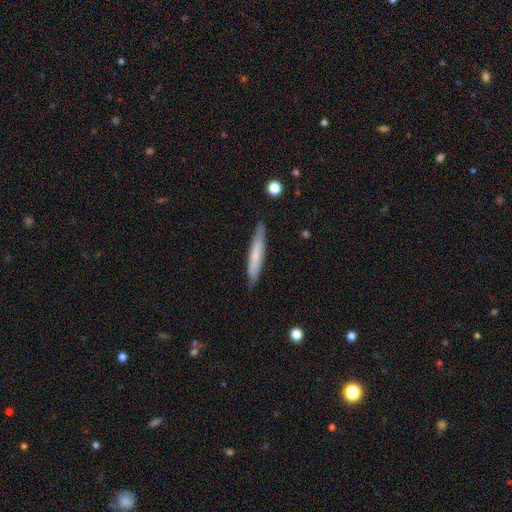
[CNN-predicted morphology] A smooth galaxy with no disk features (66%) that is cigar-shaped (93%). Merging: none (87%).